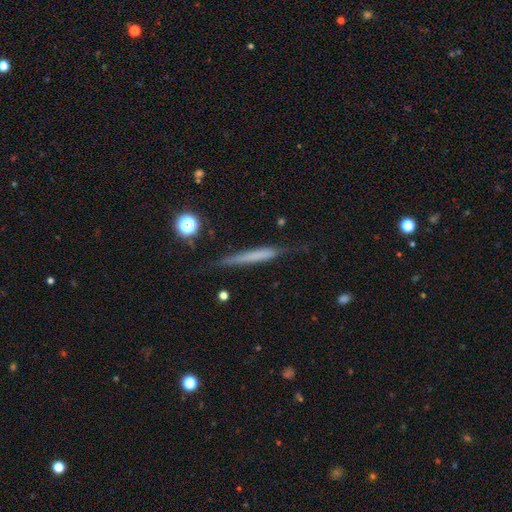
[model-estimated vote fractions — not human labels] Smooth or featured? Predicted: smooth (p=0.53). How rounded? Predicted: cigar-shaped (p=0.94). Merging? Predicted: none (p=0.73).